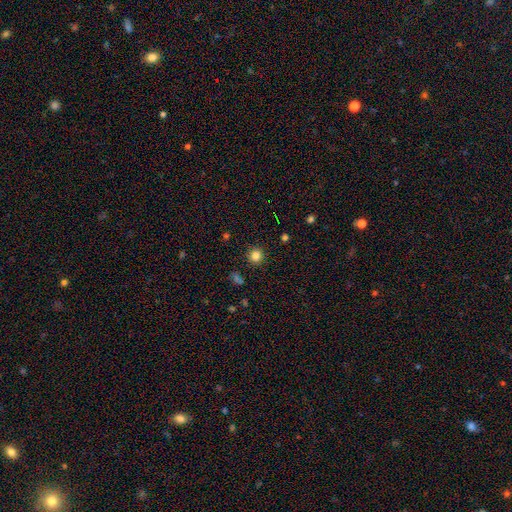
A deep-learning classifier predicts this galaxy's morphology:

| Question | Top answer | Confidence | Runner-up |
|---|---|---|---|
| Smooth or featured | smooth | 82% | star or artifact (13%) |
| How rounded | round | 93% | in between (6%) |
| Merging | none | 91% | minor disturbance (6%) |